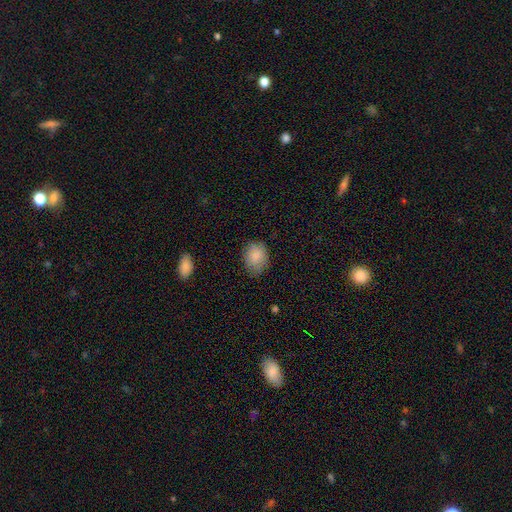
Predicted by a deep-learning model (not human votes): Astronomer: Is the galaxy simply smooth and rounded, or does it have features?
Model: smooth — 86%.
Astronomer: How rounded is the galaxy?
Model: in between — 58% (runner-up: round, 41%).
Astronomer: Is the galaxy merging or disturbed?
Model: none — 72%.